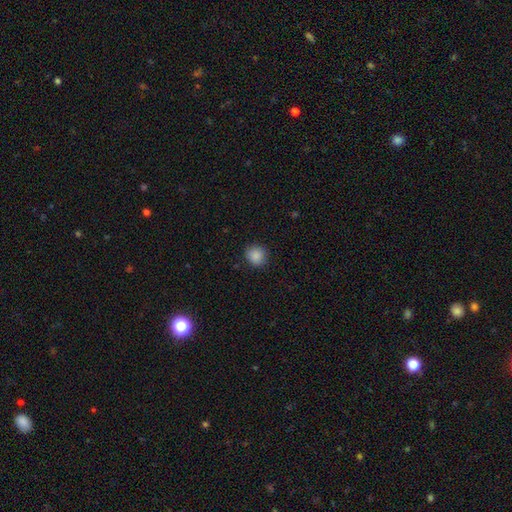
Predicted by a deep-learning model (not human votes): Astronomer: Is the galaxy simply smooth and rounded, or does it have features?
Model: smooth — 87%.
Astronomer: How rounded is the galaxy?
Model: round — 85%.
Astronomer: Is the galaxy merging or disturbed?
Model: none — 87%.